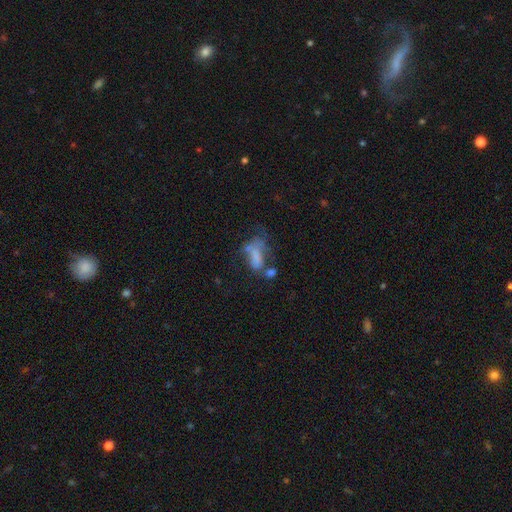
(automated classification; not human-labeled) smooth-or-featured: smooth: 52% | featured or disk: 33% | star or artifact: 15%
  how-rounded: in between: 84% | cigar-shaped: 9% | round: 7%
  merging: major disturbance: 33% | merger: 30% | none: 21% | minor disturbance: 16%